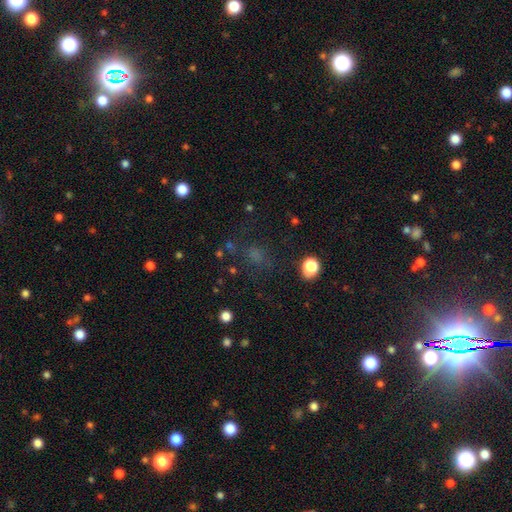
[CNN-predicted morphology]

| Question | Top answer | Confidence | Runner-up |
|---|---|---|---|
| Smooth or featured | smooth | 53% | star or artifact (34%) |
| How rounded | round | 63% | in between (35%) |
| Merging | none | 65% | minor disturbance (16%) |